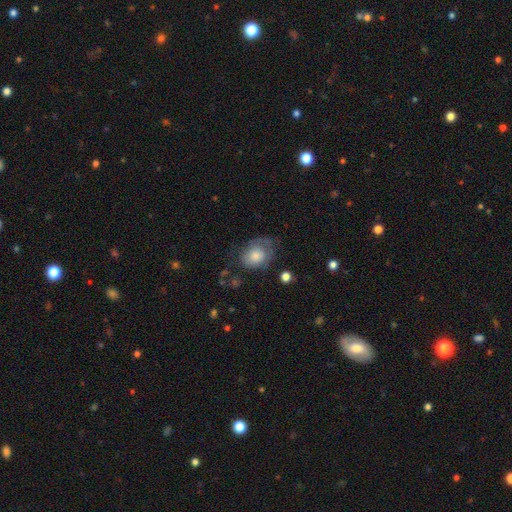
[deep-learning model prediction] Overall: smooth (67%). How rounded: in between (58%; round 41%). Merging: none (47%; minor disturbance 28%).